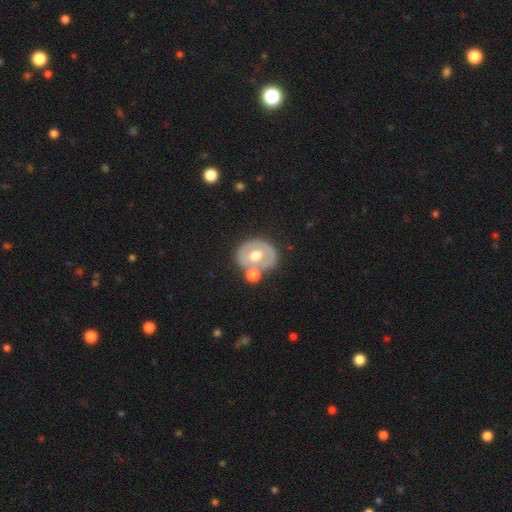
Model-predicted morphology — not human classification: The model was most divided on "smooth or featured": featured or disk: 55%, smooth: 38%, star or artifact: 7%. More confident: edge-on disk — no (95%); bar — no (84%); spiral arms — no (84%); bulge size — moderate (67%); merging — none (60%).